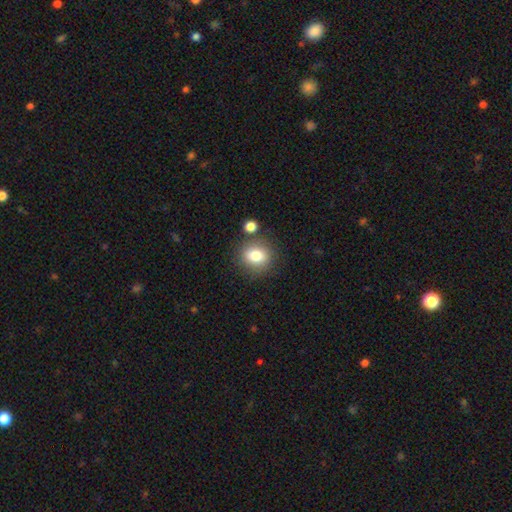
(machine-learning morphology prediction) Smooth or featured? Predicted: smooth (p=0.80). How rounded? Predicted: round (p=0.74). Merging? Predicted: none (p=0.77).